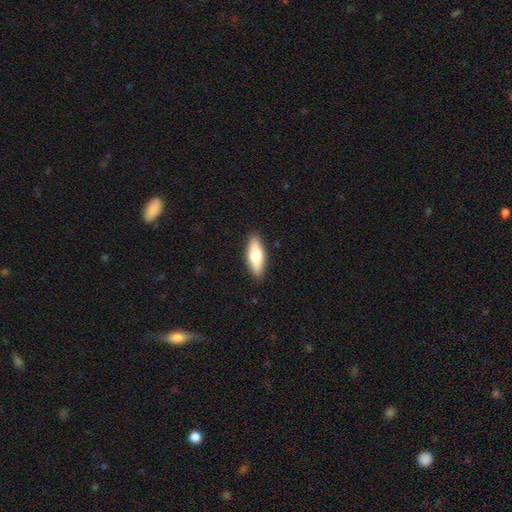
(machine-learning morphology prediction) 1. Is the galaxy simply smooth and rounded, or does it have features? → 65% smooth, 29% featured or disk, 6% star or artifact.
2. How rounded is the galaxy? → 63% in between, 34% cigar-shaped, 2% round.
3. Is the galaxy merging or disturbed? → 89% none, 8% minor disturbance, 2% major disturbance, 1% merger.